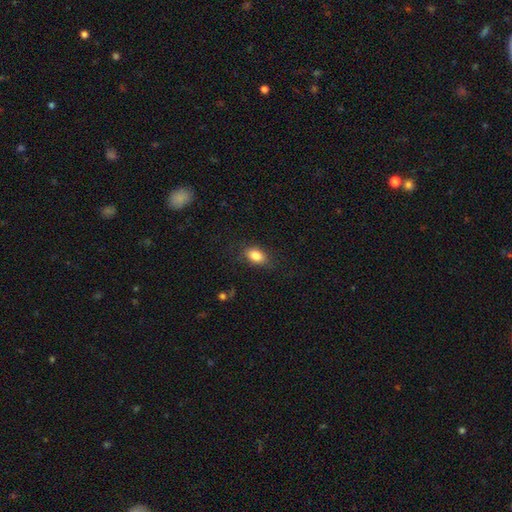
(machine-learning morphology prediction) Smooth or featured? smooth (84%)
How rounded? in between (85%)
Merging? none (78%)